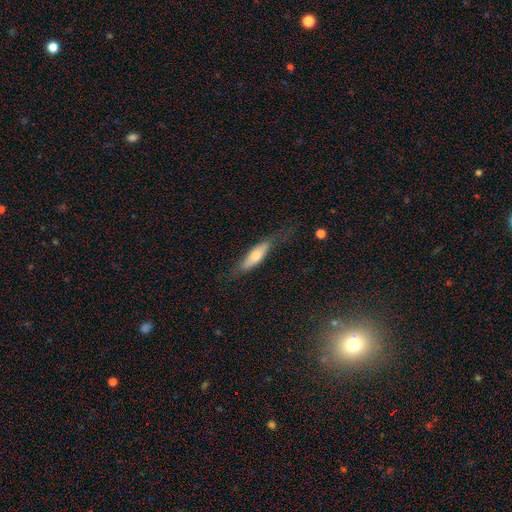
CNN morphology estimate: This appears to be a smooth galaxy with no disk features (58%) that is cigar-shaped (59%). Merging: none (66%).